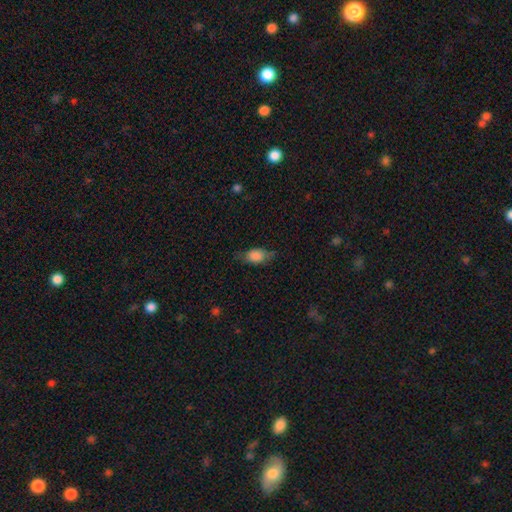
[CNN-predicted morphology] Smooth or featured? Predicted: smooth (p=0.78). How rounded? Predicted: in between (p=0.83). Merging? Predicted: none (p=0.64).